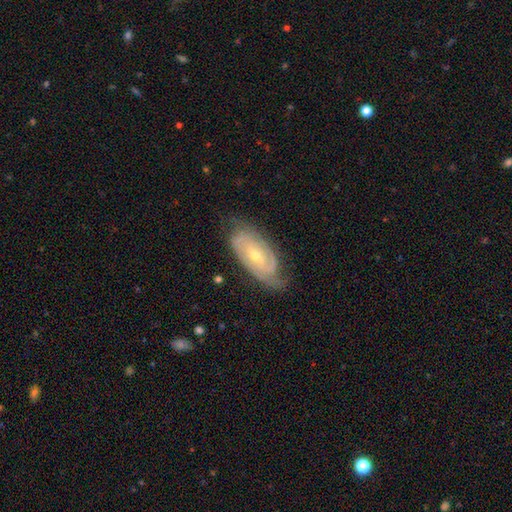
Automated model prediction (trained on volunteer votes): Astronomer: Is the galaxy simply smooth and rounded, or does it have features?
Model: featured or disk — 84%.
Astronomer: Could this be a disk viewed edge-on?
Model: no — 94%.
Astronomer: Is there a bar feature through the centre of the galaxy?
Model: no — 45% (runner-up: weak, 40%).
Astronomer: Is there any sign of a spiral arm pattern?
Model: yes — 95%.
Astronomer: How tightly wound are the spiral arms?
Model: tight — 68%.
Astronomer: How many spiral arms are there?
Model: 2 — 50%.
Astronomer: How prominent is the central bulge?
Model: small — 56% (runner-up: moderate, 42%).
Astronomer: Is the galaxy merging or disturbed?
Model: none — 72%.